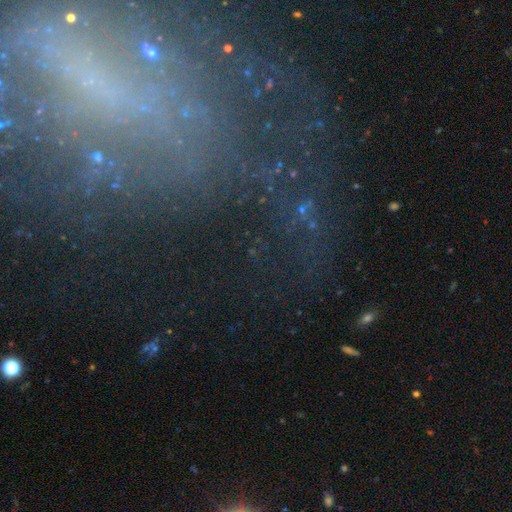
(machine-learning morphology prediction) Smooth or featured?
  - featured or disk: 50% *
  - star or artifact: 33%
  - smooth: 17%
Merging?
  - none: 52% *
  - major disturbance: 27%
  - minor disturbance: 16%
  - merger: 5%